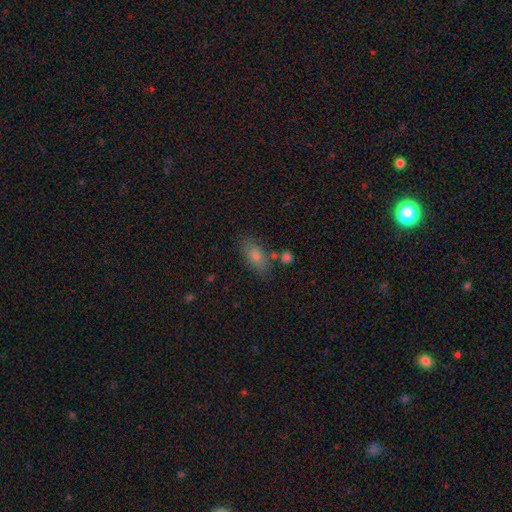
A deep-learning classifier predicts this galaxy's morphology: This appears to be a smooth galaxy with no disk features (77%) that is in between round and cigar-shaped (84%). Merging: none (71%).